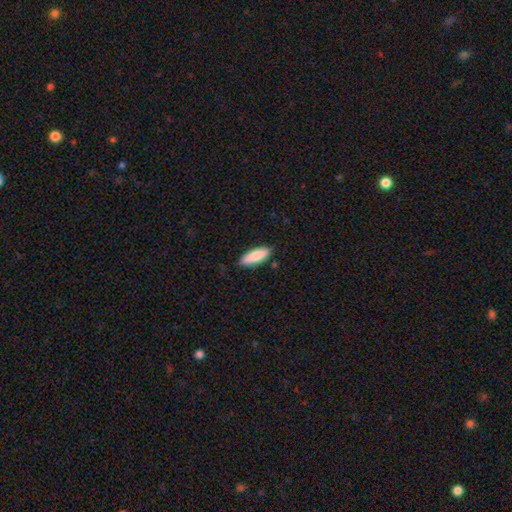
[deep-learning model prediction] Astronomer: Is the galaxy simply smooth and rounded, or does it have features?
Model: smooth — 84%.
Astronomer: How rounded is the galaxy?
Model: in between — 63%.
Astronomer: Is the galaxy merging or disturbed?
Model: none — 85%.